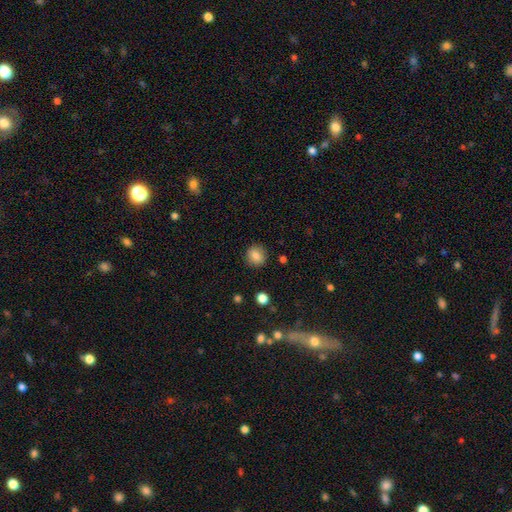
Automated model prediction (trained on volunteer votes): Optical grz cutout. It shows a smooth galaxy with no disk features (84%) that is round (82%). Merging: none (88%).